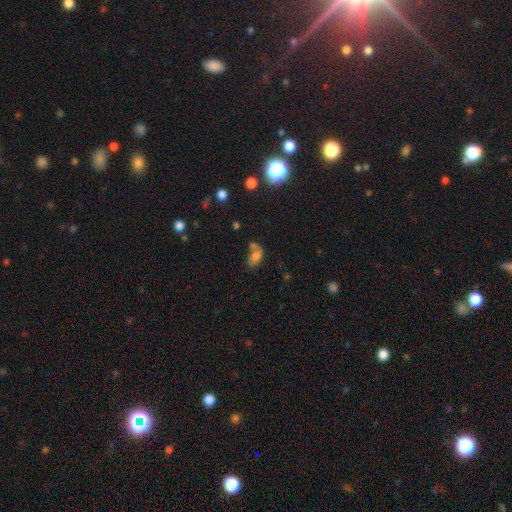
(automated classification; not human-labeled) Smooth or featured? smooth (69%)
How rounded? in between (88%)
Merging? none (35%, tied with merger)